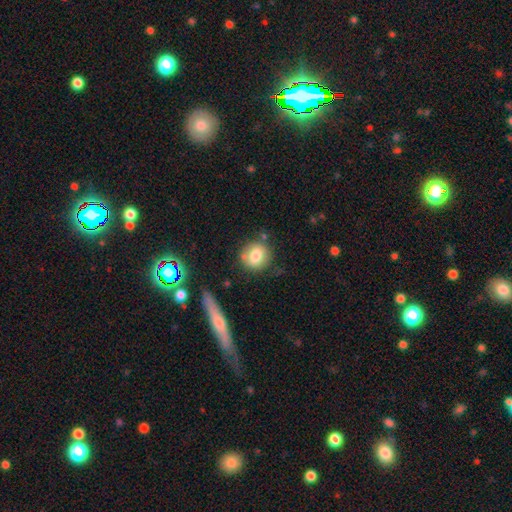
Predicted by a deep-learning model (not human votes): Smooth or featured? smooth (78%)
How rounded? round (79%)
Merging? none (72%)